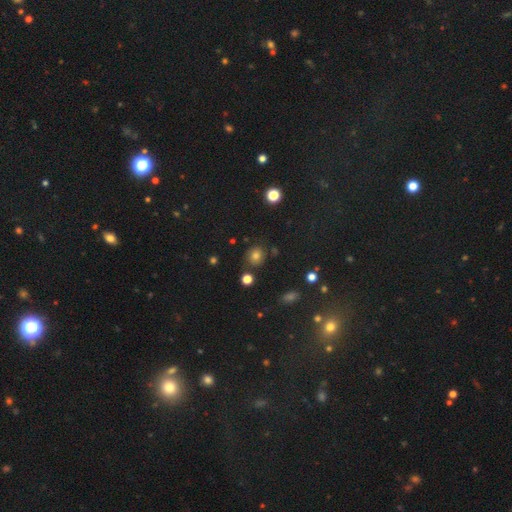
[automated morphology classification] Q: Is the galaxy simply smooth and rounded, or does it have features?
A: smooth — 73%.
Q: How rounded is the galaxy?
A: round — 80%.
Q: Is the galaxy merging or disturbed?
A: none — 80%.